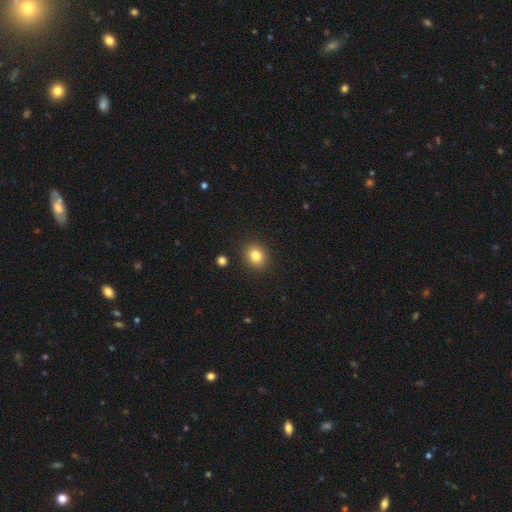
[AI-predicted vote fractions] Overall: smooth (82%). How rounded: round (66%; in between 33%). Merging: none (89%).